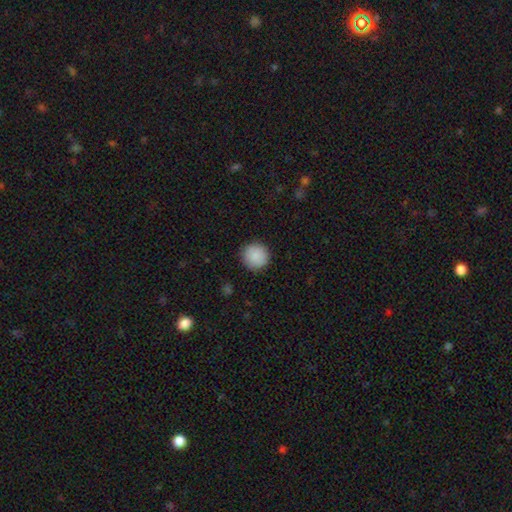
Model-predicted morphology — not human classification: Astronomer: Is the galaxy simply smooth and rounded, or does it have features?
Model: smooth — 88%.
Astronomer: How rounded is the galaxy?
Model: round — 95%.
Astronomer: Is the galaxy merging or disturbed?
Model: none — 90%.